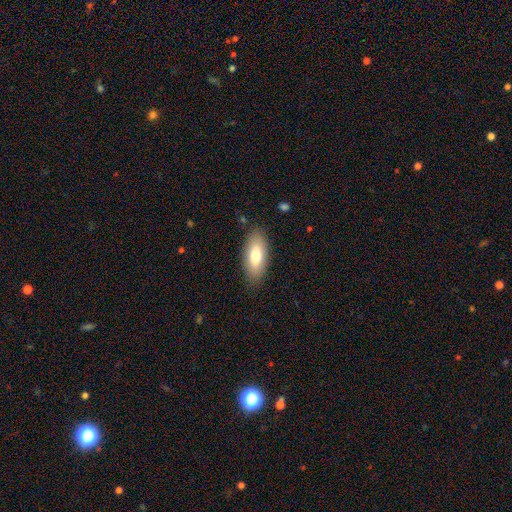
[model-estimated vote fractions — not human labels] Smooth or featured? smooth (74%)
How rounded? in between (84%)
Merging? none (86%)